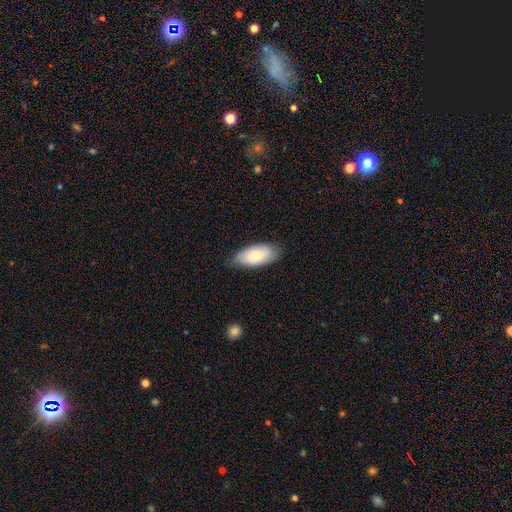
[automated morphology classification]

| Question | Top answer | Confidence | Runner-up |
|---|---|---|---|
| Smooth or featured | smooth | 76% | featured or disk (19%) |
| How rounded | in between | 93% | cigar-shaped (5%) |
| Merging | none | 73% | minor disturbance (22%) |